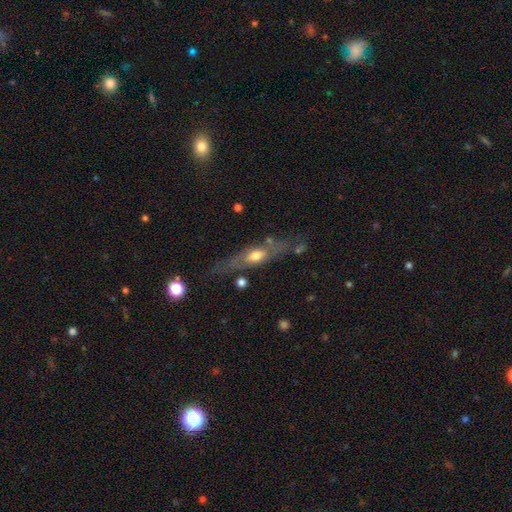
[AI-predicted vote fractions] This is possibly a featured or disk galaxy (60%). It is likely viewed edge-on (61%). Merging: likely none (67%).